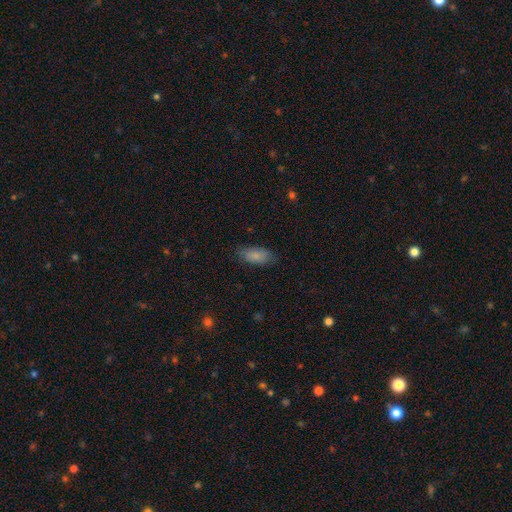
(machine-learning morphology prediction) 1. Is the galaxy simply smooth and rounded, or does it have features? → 85% smooth, 8% featured or disk, 7% star or artifact.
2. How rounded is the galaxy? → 89% in between, 8% cigar-shaped, 2% round.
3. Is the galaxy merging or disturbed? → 78% none, 17% minor disturbance, 4% major disturbance, 1% merger.